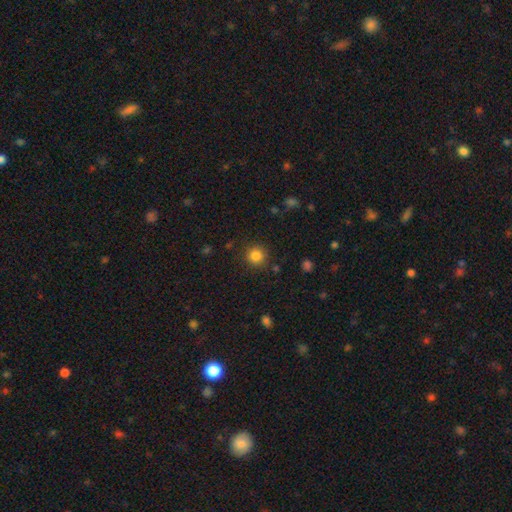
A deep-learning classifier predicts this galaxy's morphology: A smooth galaxy with no disk features (84%) that is round (93%).

Vote fractions:
- Smooth or featured? smooth: 84% / star or artifact: 12% / featured or disk: 4%
- How rounded? round: 93% / in between: 6% / cigar-shaped: 1%
- Merging? none: 88% / minor disturbance: 7% / major disturbance: 3% / merger: 2%